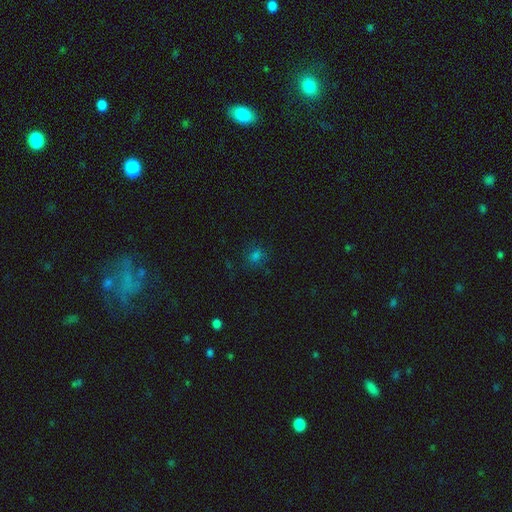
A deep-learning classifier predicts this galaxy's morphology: Smooth or featured? Predicted: smooth (p=0.67). How rounded? Predicted: round (p=0.69). Merging? Predicted: none (p=0.76).